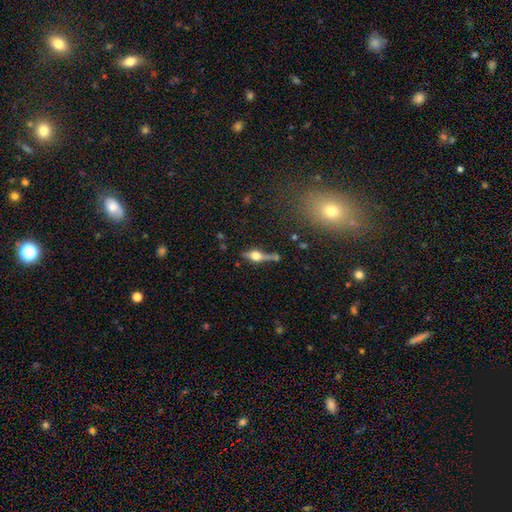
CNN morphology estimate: Smooth or featured? Predicted: featured or disk (p=0.61). Edge-on disk? Predicted: yes (p=0.89). Edge-on bulge? Predicted: rounded (p=0.94). Merging? Predicted: none (p=0.56).